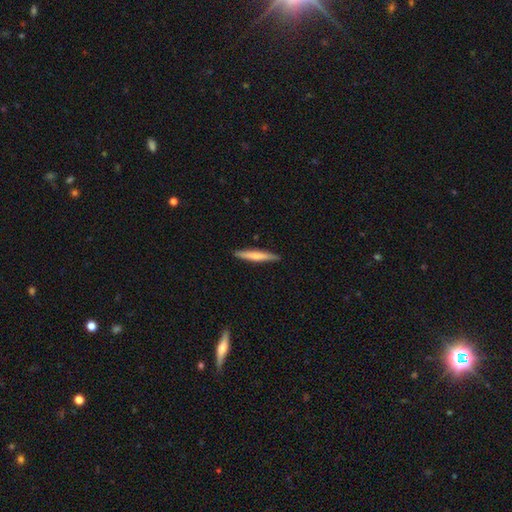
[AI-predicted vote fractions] Smooth or featured?
  - smooth: 62% *
  - featured or disk: 33%
  - star or artifact: 5%
How rounded?
  - cigar-shaped: 94% *
  - in between: 5%
  - round: 1%
Merging?
  - none: 90% *
  - minor disturbance: 7%
  - major disturbance: 1%
  - merger: 1%